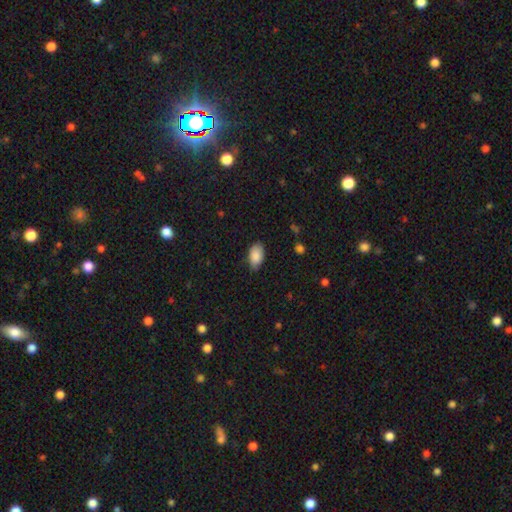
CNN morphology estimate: Smooth or featured? Predicted: smooth (p=0.88). How rounded? Predicted: in between (p=0.94). Merging? Predicted: none (p=0.75).